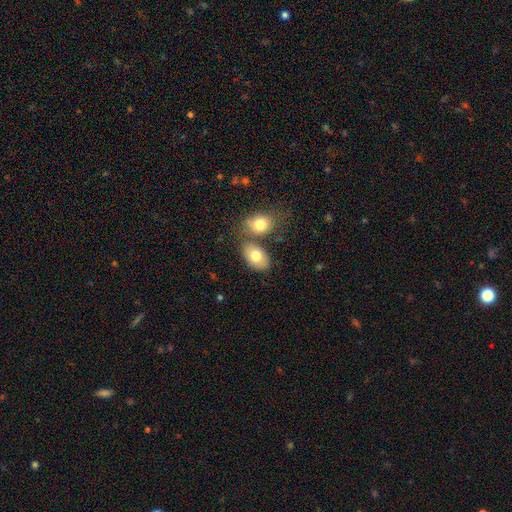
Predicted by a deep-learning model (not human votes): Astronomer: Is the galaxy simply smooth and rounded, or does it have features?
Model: smooth — 77%.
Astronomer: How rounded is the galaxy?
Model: in between — 88%.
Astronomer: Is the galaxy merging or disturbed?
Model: none — 55%.